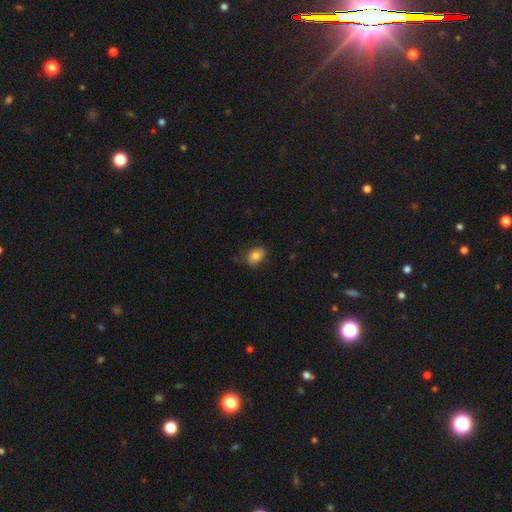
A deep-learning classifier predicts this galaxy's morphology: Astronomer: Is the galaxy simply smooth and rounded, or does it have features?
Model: smooth — 80%.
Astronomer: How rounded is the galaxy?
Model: in between — 74%.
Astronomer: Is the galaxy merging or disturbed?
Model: none — 77%.